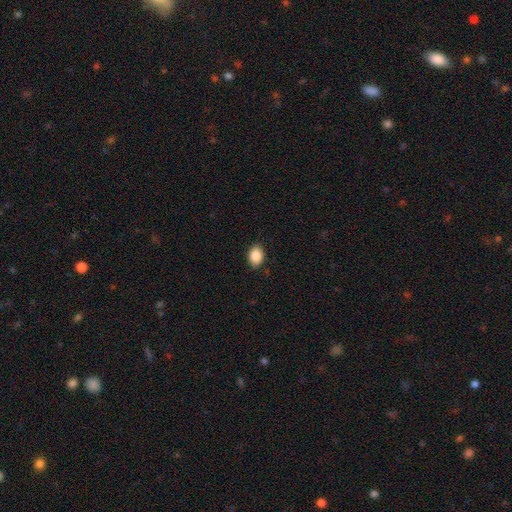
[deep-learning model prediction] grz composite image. It shows a smooth galaxy with no disk features (88%) that is in between round and cigar-shaped (80%). Merging: none (86%).